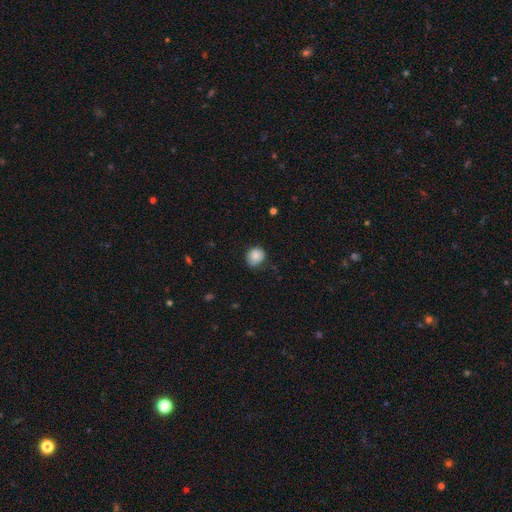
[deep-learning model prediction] Smooth or featured? smooth (84%)
How rounded? round (77%)
Merging? none (71%)